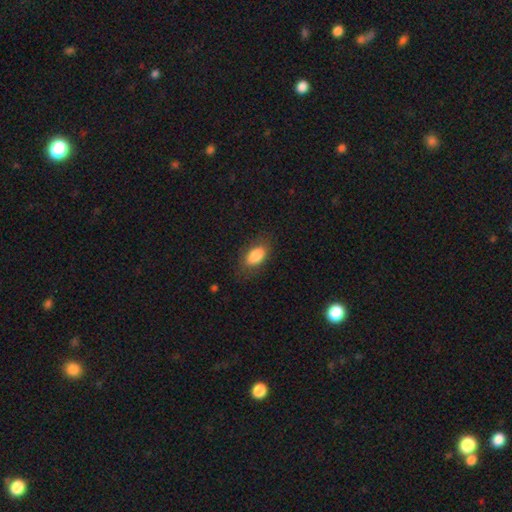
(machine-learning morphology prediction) Smooth or featured?
  - smooth: 85% *
  - featured or disk: 7%
  - star or artifact: 7%
How rounded?
  - in between: 90% *
  - round: 5%
  - cigar-shaped: 4%
Merging?
  - none: 81% *
  - minor disturbance: 13%
  - major disturbance: 4%
  - merger: 1%